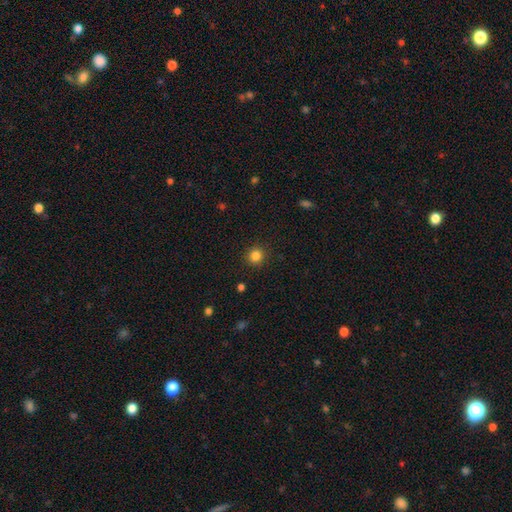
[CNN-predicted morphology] A smooth galaxy with no disk features (84%) that is round (92%).

Vote fractions:
- Smooth or featured? smooth: 84% / star or artifact: 12% / featured or disk: 4%
- How rounded? round: 92% / in between: 7% / cigar-shaped: 1%
- Merging? none: 91% / minor disturbance: 6% / major disturbance: 2% / merger: 1%